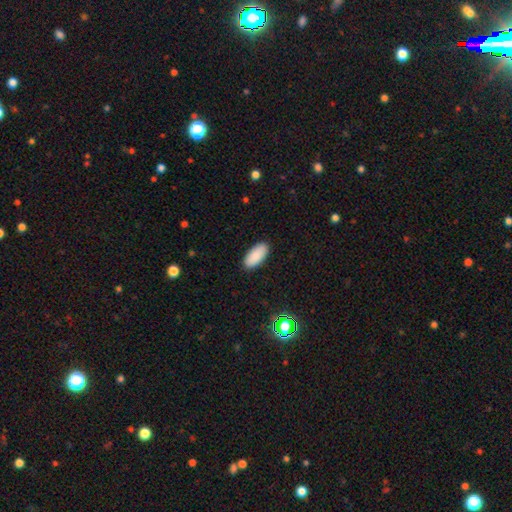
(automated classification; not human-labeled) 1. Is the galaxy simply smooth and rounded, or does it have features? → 90% smooth, 7% star or artifact, 4% featured or disk.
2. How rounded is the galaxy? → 90% in between, 8% cigar-shaped, 2% round.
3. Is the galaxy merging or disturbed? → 90% none, 8% minor disturbance, 2% major disturbance, 1% merger.